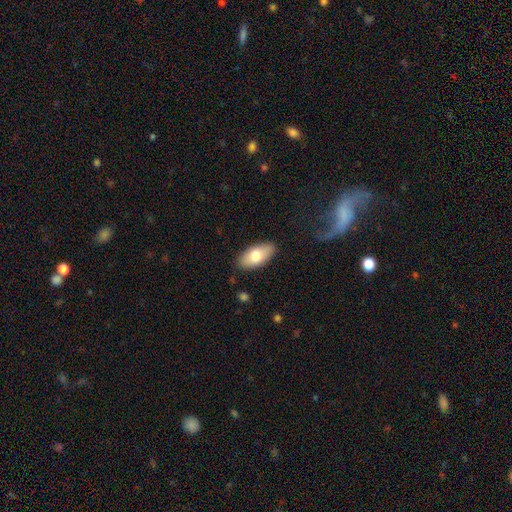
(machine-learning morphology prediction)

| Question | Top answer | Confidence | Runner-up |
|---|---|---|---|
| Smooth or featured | smooth | 74% | featured or disk (20%) |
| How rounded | in between | 91% | cigar-shaped (6%) |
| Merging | none | 86% | minor disturbance (10%) |